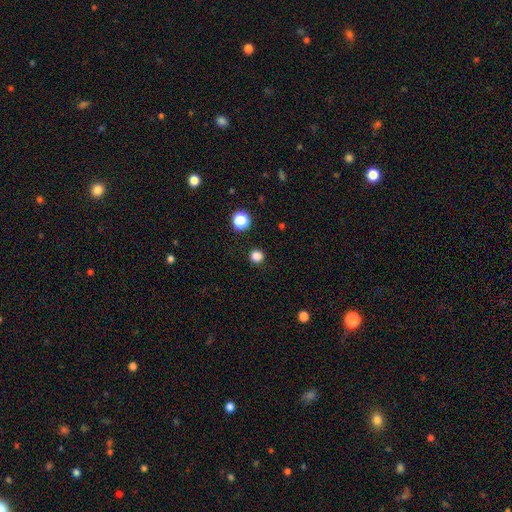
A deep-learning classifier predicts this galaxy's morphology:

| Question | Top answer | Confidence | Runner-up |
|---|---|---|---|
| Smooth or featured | smooth | 83% | star or artifact (14%) |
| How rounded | round | 93% | in between (6%) |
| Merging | none | 91% | minor disturbance (5%) |